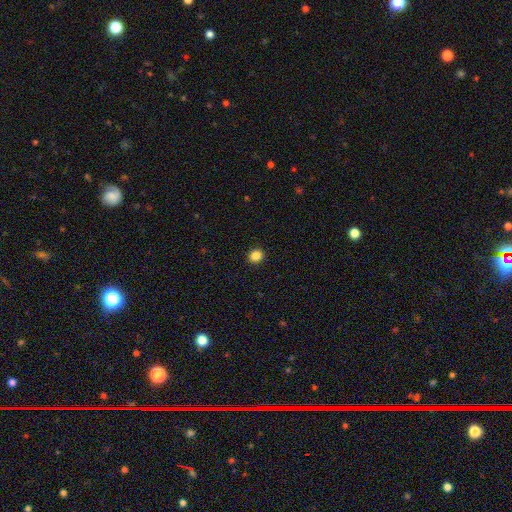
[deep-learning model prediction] Morphology: type=smooth (86%); roundness=round (81%); merging=none (92%).